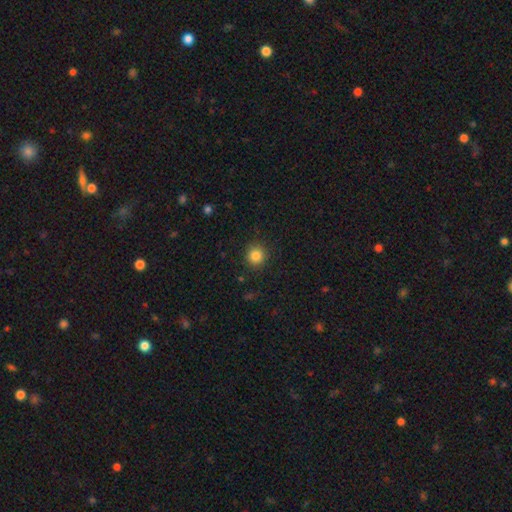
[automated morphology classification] This appears to be a smooth galaxy with no disk features (85%) that is round (93%). Merging: none (90%).